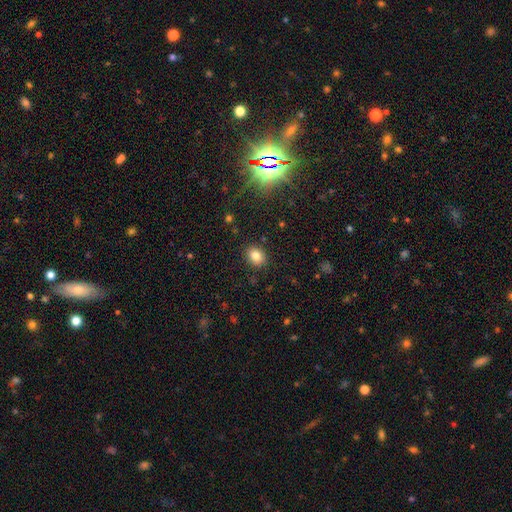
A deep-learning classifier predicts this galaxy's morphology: type=smooth (81%); roundness=in between (50%); merging=none (88%).